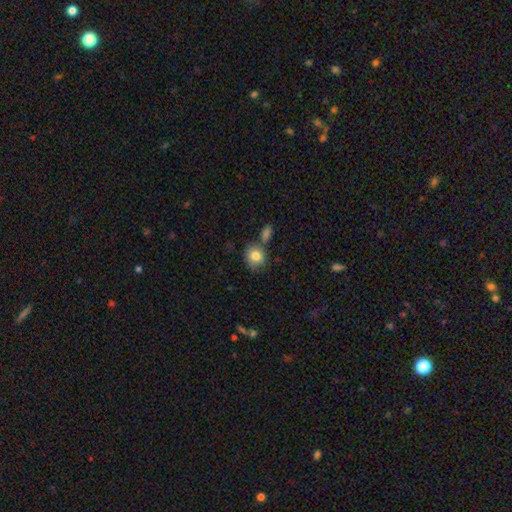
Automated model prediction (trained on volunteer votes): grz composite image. It shows a smooth galaxy with no disk features (83%) that is round (77%). Merging: none (68%).